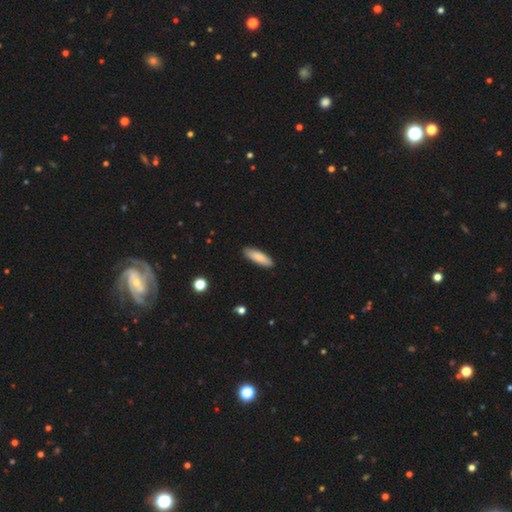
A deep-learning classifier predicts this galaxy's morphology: Smooth or featured?
  - smooth: 83% *
  - featured or disk: 10%
  - star or artifact: 7%
How rounded?
  - cigar-shaped: 54% *
  - in between: 44%
  - round: 2%
Merging?
  - none: 90% *
  - minor disturbance: 8%
  - major disturbance: 2%
  - merger: 1%